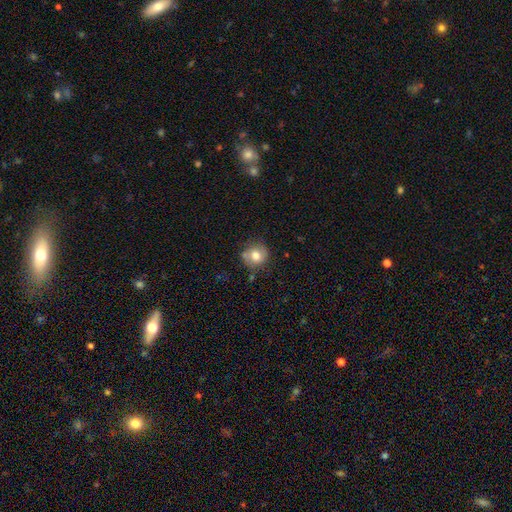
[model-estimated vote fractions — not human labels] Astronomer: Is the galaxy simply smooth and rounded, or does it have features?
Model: smooth — 73%.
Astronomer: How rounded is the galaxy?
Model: round — 84%.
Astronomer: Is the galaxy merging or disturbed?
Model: none — 70%.